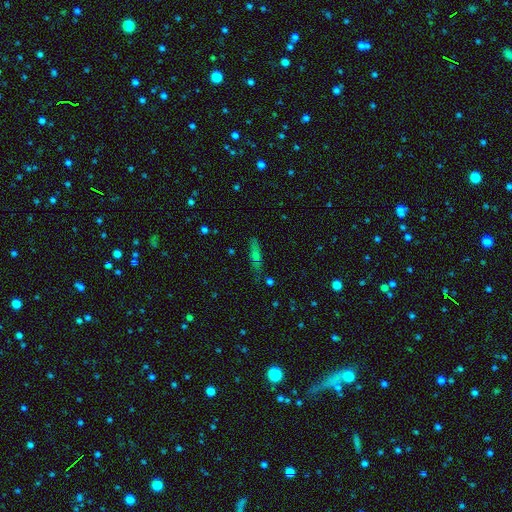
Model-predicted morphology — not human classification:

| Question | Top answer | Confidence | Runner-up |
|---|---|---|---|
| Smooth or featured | smooth | 57% | featured or disk (25%) |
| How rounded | cigar-shaped | 66% | in between (29%) |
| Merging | none | 65% | minor disturbance (22%) |